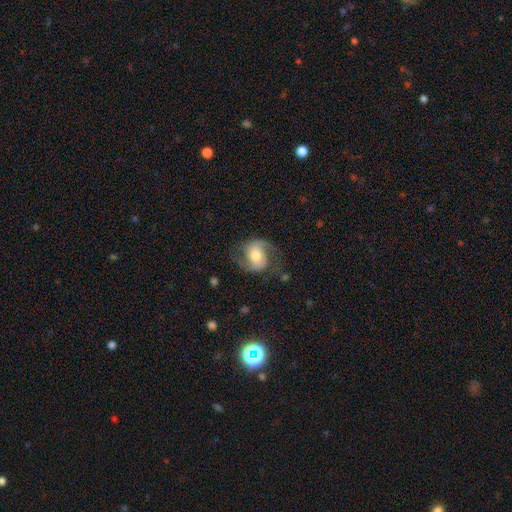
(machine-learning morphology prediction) A featured or disk galaxy (75%) with no bar (53%), 2 (90%) medium (48%) spiral arms (92%) and a moderate central bulge (67%).

Vote fractions:
- Smooth or featured? featured or disk: 75% / smooth: 18% / star or artifact: 7%
- Edge-on disk? no: 97% / yes: 3%
- Bar? no: 53% / weak: 34% / strong: 13%
- Spiral arms? yes: 92% / no: 8%
- Spiral winding? medium: 48% / loose: 36% / tight: 16%
- Spiral arm count? 2: 90% / can't tell: 4% / 1: 3% / 3: 1% / 4: 1% / more than 4: 1%
- Bulge size? moderate: 67% / small: 15% / large: 14% / dominant: 2% / none: 1%
- Merging? none: 69% / minor disturbance: 18% / major disturbance: 12% / merger: 1%